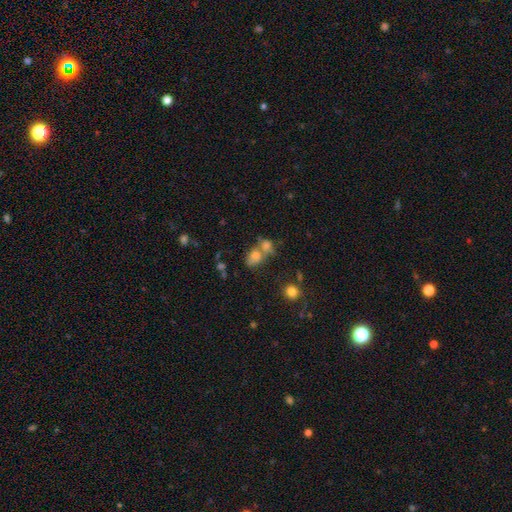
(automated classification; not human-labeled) Smooth or featured?
  - smooth: 69% *
  - star or artifact: 19%
  - featured or disk: 13%
How rounded?
  - in between: 59% *
  - round: 39%
  - cigar-shaped: 2%
Merging?
  - merger: 49% *
  - none: 35%
  - minor disturbance: 10%
  - major disturbance: 6%